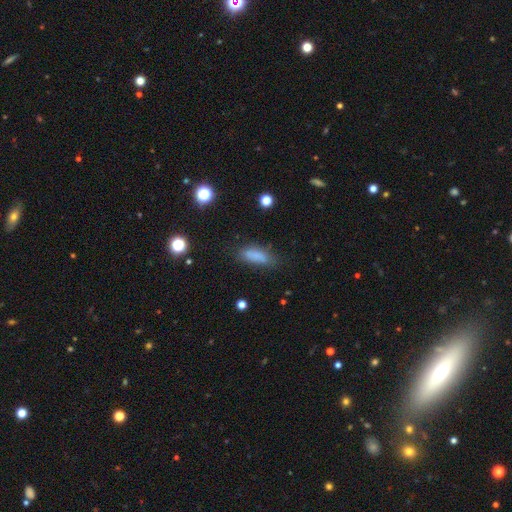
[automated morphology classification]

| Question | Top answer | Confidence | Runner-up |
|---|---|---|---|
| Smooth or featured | smooth | 80% | star or artifact (11%) |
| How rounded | in between | 61% | cigar-shaped (36%) |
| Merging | none | 68% | minor disturbance (23%) |